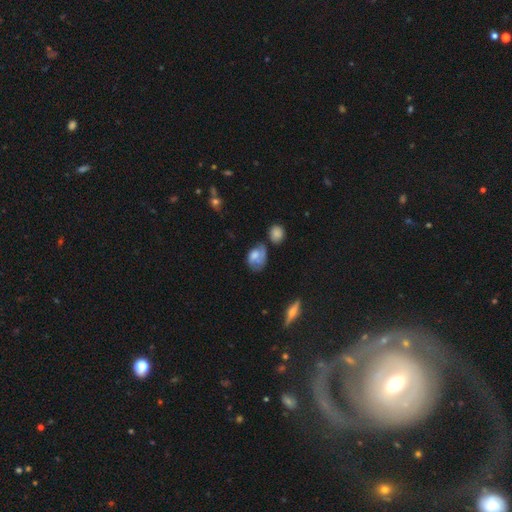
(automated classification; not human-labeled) This appears to be a smooth galaxy with no disk features (53%) that is in between round and cigar-shaped (72%). Merging: none (36%).